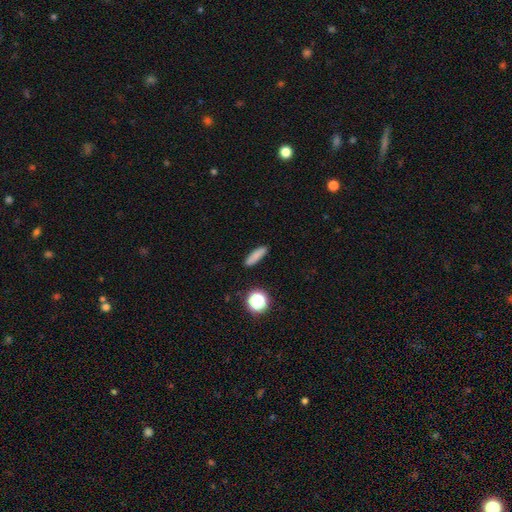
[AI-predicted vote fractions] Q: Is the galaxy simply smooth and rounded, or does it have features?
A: smooth — 82%.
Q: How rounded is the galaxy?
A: cigar-shaped — 71%.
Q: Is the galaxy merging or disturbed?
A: none — 87%.